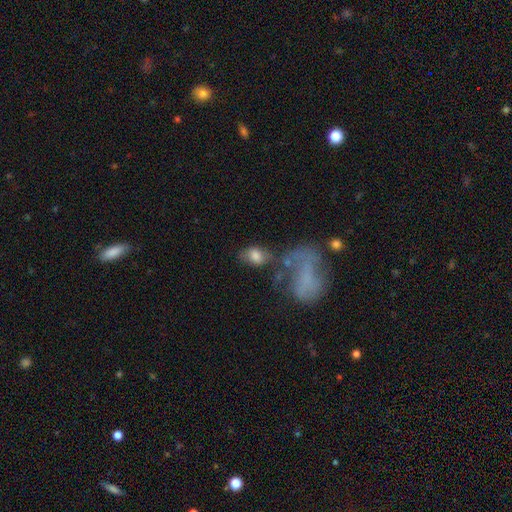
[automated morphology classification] Smooth or featured: smooth — 72% (featured or disk — 19%)
How rounded: in between — 83% (round — 15%)
Merging: none — 40% (merger — 24%)